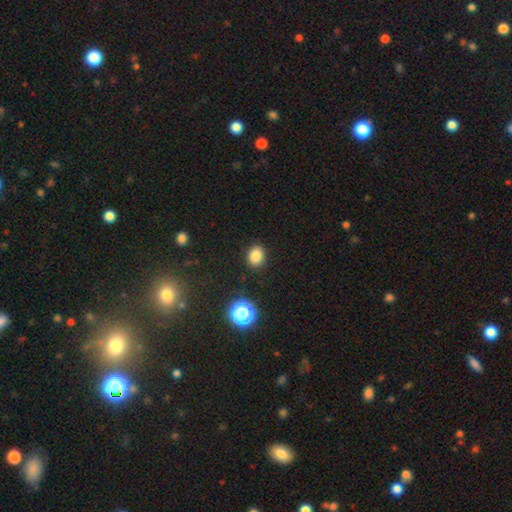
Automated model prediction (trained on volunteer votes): A smooth galaxy with no disk features (83%) that is round (54%).

Vote fractions:
- Smooth or featured? smooth: 83% / star or artifact: 13% / featured or disk: 4%
- How rounded? round: 54% / in between: 45% / cigar-shaped: 1%
- Merging? none: 89% / minor disturbance: 8% / major disturbance: 2% / merger: 1%